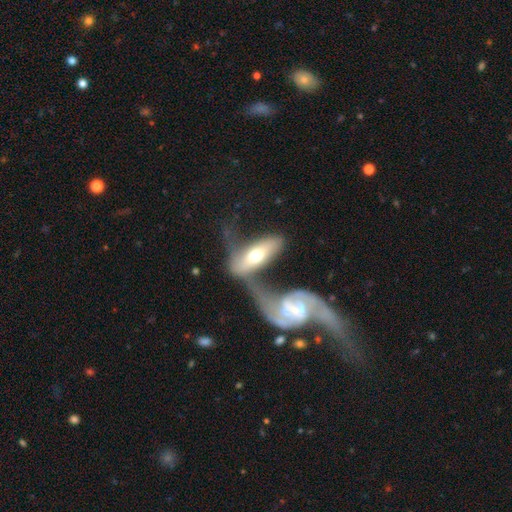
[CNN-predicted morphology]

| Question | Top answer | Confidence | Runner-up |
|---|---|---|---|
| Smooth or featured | featured or disk | 51% | smooth (44%) |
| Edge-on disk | no | 69% | yes (31%) |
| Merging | merger | 52% | major disturbance (19%) |